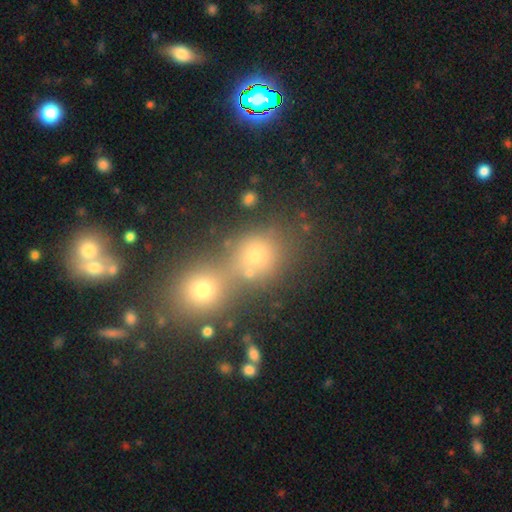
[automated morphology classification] This is likely a smooth galaxy (68%). How rounded: likely round (72%). Merging: possibly merger (53%).